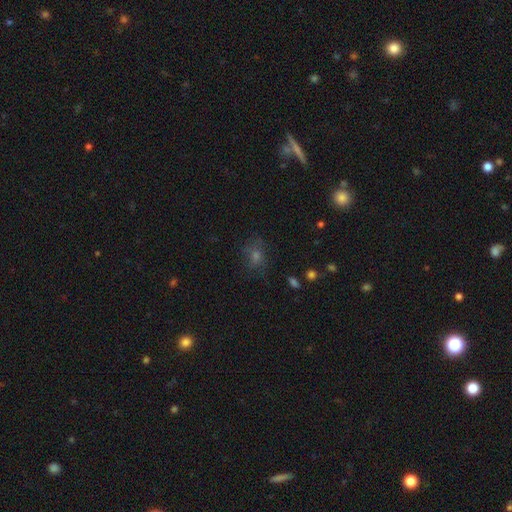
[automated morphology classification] type=smooth (46%); merging=none (73%).